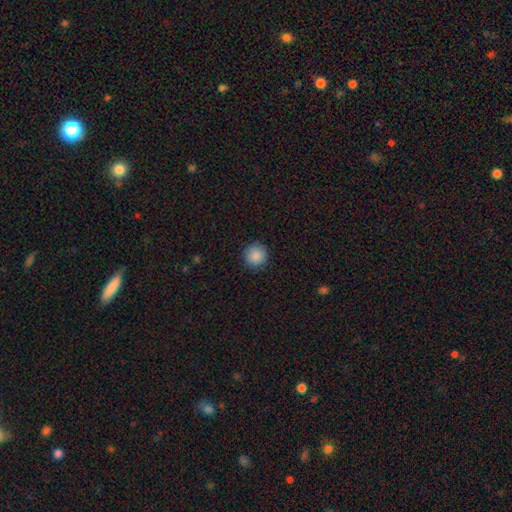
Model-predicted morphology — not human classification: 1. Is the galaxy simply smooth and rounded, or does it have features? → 87% smooth, 9% star or artifact, 4% featured or disk.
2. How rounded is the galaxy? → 93% round, 6% in between, 1% cigar-shaped.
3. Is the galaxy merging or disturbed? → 88% none, 9% minor disturbance, 2% major disturbance, 1% merger.